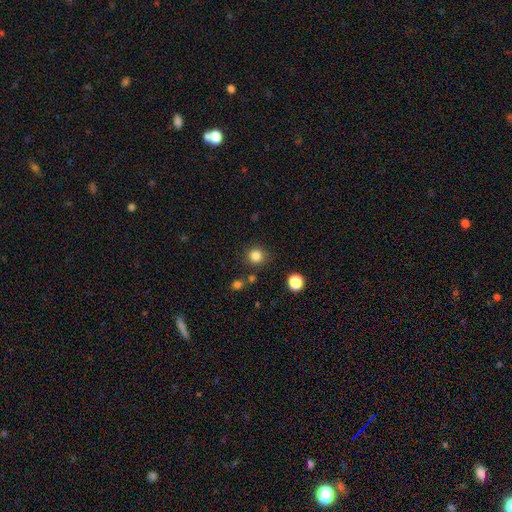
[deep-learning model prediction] Morphology: type=smooth (83%); roundness=round (90%); merging=none (84%).